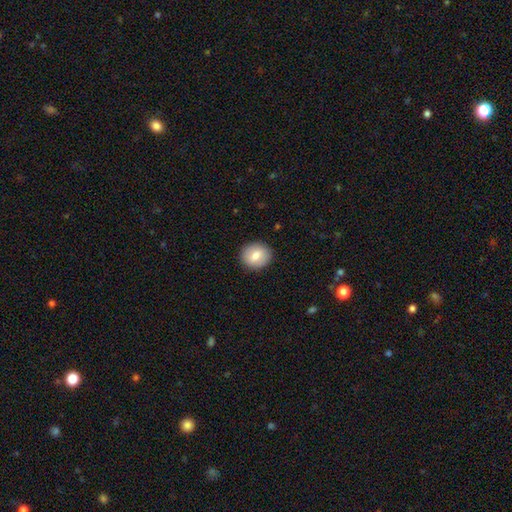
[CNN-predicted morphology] smooth_or_featured: smooth (p=0.78) [alt: featured or disk p=0.15]
how_rounded: round (p=0.79) [alt: in between p=0.20]
merging: none (p=0.90) [alt: minor disturbance p=0.07]